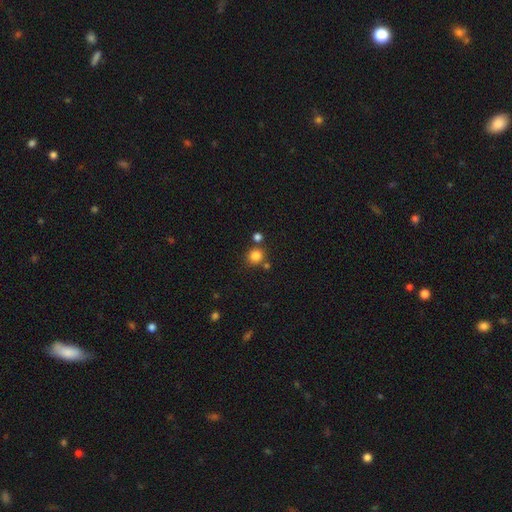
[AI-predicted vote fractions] This appears to be a smooth galaxy with no disk features (83%) that is round (86%). Merging: none (75%).